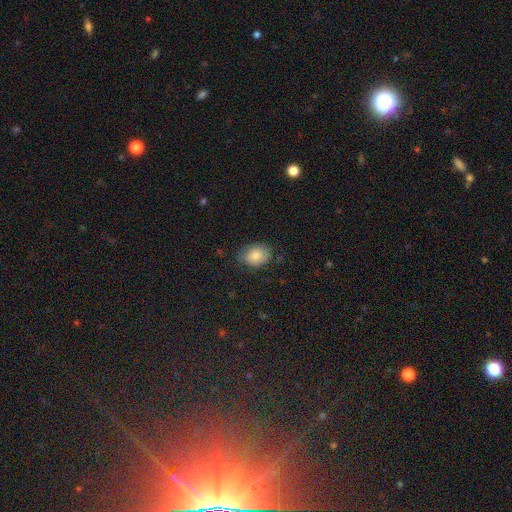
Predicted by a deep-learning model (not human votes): smooth-or-featured: smooth: 83% | featured or disk: 9% | star or artifact: 8%
  how-rounded: in between: 66% | round: 33% | cigar-shaped: 1%
  merging: none: 72% | minor disturbance: 22% | major disturbance: 5% | merger: 1%